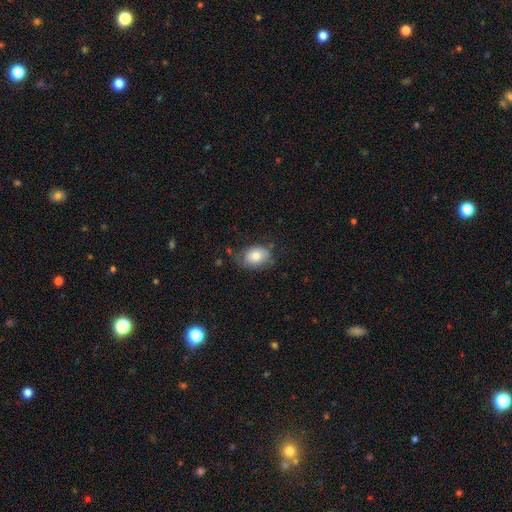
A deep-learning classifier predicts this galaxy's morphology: Smooth or featured?
  - smooth: 77% *
  - featured or disk: 15%
  - star or artifact: 8%
How rounded?
  - in between: 72% *
  - round: 27%
  - cigar-shaped: 1%
Merging?
  - none: 60% *
  - minor disturbance: 28%
  - major disturbance: 10%
  - merger: 2%